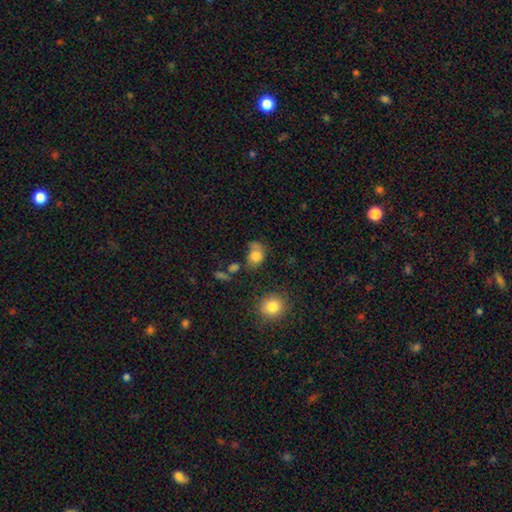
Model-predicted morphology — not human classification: Smooth or featured?
  - smooth: 78% *
  - star or artifact: 12%
  - featured or disk: 10%
How rounded?
  - in between: 53% *
  - round: 46%
  - cigar-shaped: 1%
Merging?
  - none: 41% *
  - minor disturbance: 25%
  - merger: 18%
  - major disturbance: 16%